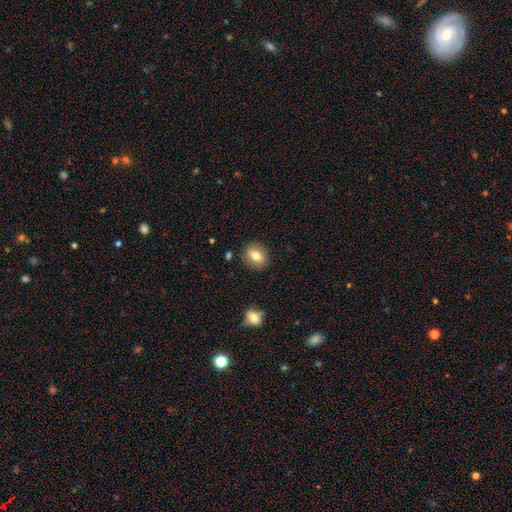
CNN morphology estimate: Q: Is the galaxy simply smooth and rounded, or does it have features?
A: smooth — 74%.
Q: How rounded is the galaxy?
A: round — 57%.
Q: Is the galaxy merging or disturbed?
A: none — 87%.